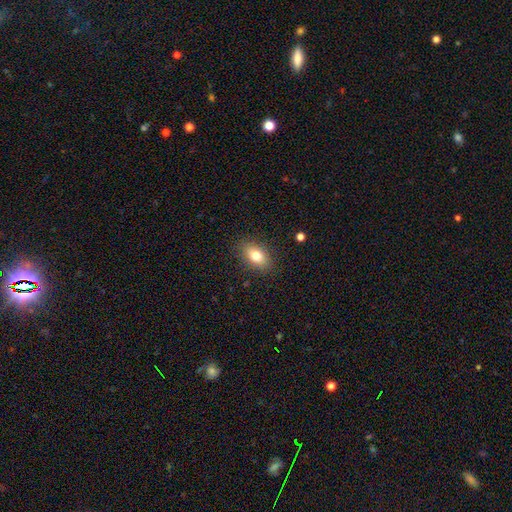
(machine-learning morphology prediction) smooth-or-featured: smooth: 79% | featured or disk: 12% | star or artifact: 9%
  how-rounded: in between: 85% | round: 12% | cigar-shaped: 3%
  merging: none: 86% | minor disturbance: 10% | major disturbance: 3% | merger: 1%